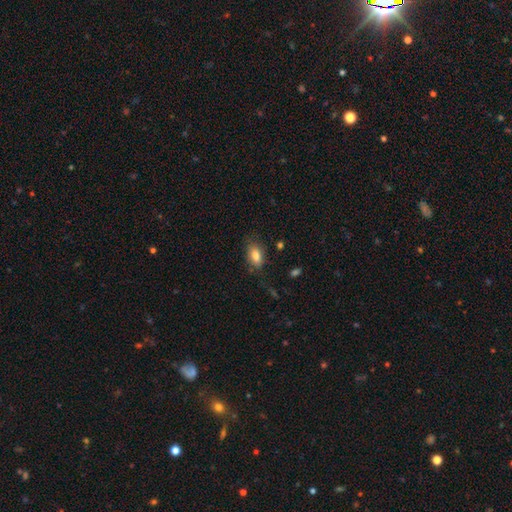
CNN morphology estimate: A smooth galaxy with no disk features (81%) that is in between round and cigar-shaped (88%).

Vote fractions:
- Smooth or featured? smooth: 81% / featured or disk: 11% / star or artifact: 8%
- How rounded? in between: 88% / round: 8% / cigar-shaped: 4%
- Merging? none: 75% / minor disturbance: 18% / major disturbance: 5% / merger: 2%